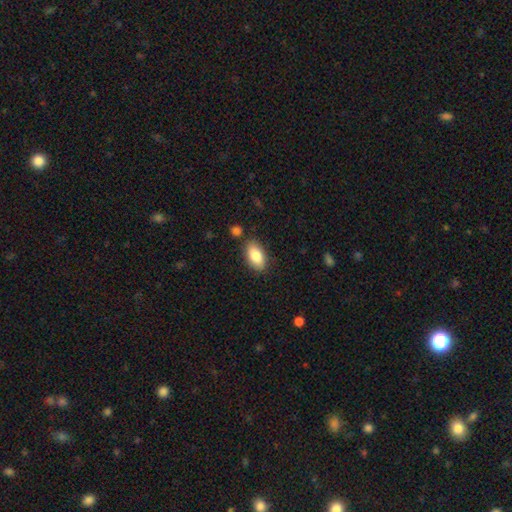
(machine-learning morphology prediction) Smooth or featured? Predicted: smooth (p=0.85). How rounded? Predicted: in between (p=0.92). Merging? Predicted: none (p=0.82).